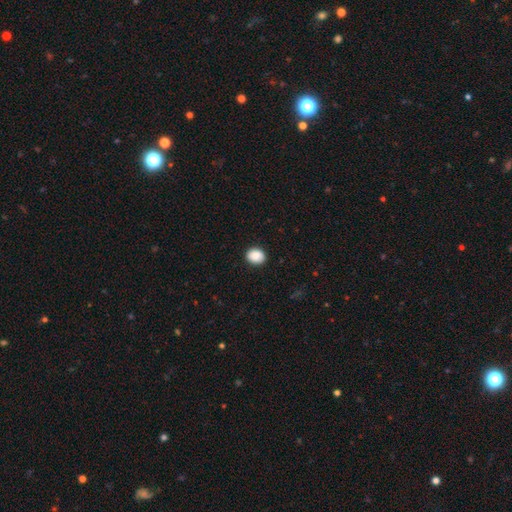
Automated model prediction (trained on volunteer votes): smooth-or-featured: smooth: 89% | star or artifact: 8% | featured or disk: 3%
  how-rounded: round: 54% | in between: 45% | cigar-shaped: 1%
  merging: none: 90% | minor disturbance: 7% | major disturbance: 2% | merger: 1%